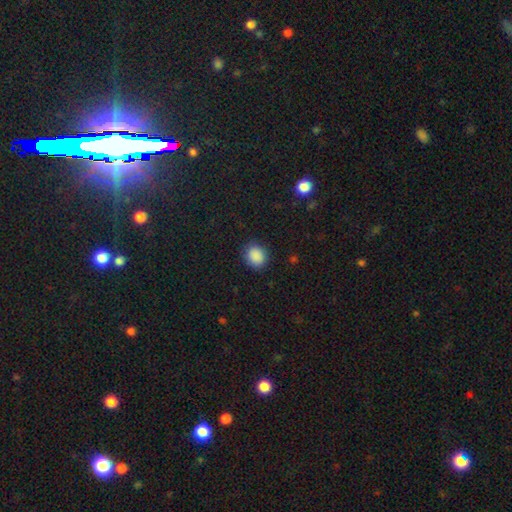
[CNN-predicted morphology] Smooth or featured?
  - smooth: 89% *
  - star or artifact: 9%
  - featured or disk: 3%
How rounded?
  - round: 71% *
  - in between: 28%
  - cigar-shaped: 1%
Merging?
  - none: 87% *
  - minor disturbance: 9%
  - major disturbance: 3%
  - merger: 1%